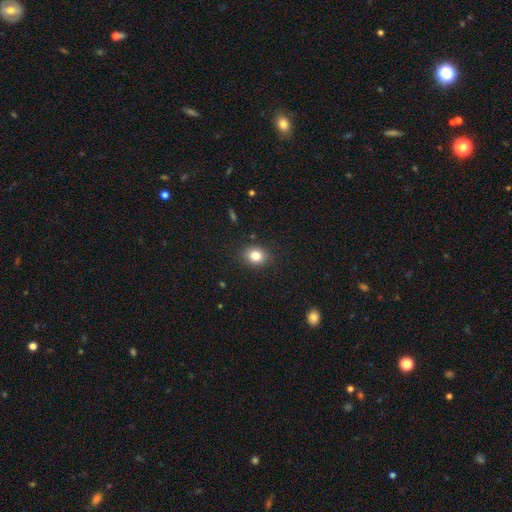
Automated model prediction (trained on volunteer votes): The model was most divided on "how rounded": round: 61%, in between: 38%, cigar-shaped: 1%. More confident: merging — none (88%); smooth or featured — smooth (81%).